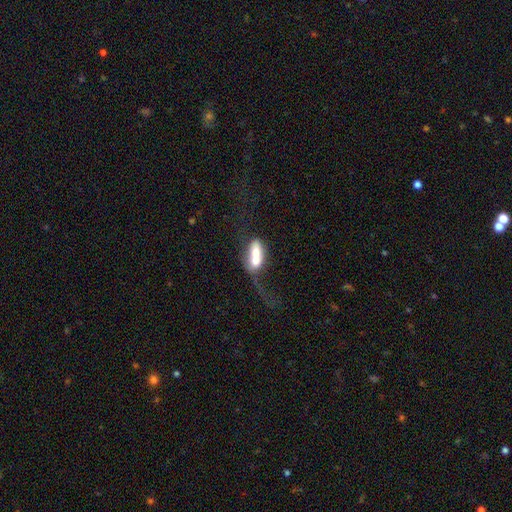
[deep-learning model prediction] Overall: smooth (59%; featured or disk 33%). How rounded: in between (76%). Merging: merger (60%).